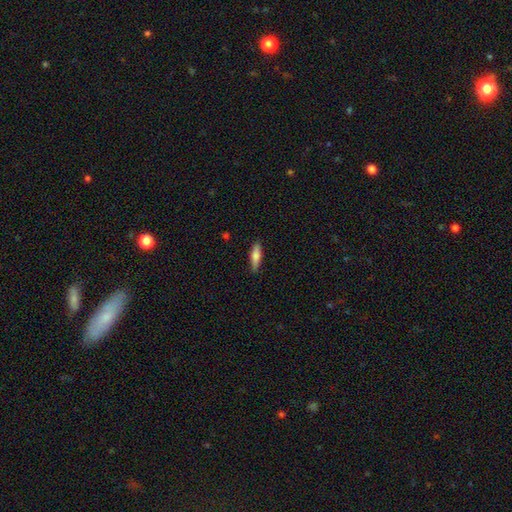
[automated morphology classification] Smooth or featured: smooth — 70% (featured or disk — 24%)
How rounded: cigar-shaped — 66% (in between — 32%)
Merging: none — 87% (minor disturbance — 10%)